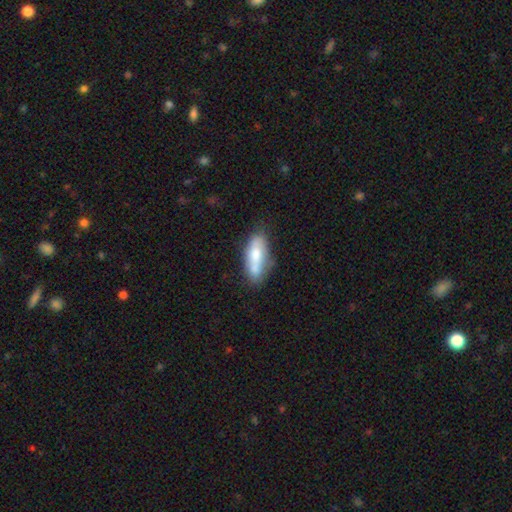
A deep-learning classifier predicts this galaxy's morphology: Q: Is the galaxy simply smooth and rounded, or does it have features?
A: smooth — 65%.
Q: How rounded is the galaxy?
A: in between — 69%.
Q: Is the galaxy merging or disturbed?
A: none — 50%.